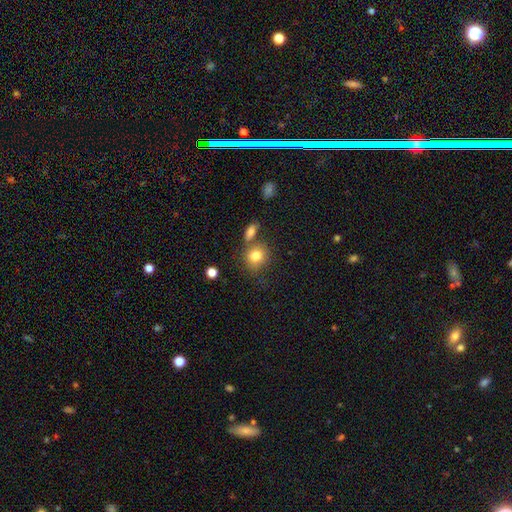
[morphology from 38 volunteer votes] Overall: smooth (87%). How rounded: round (73%). Merging: none (58%; merger 25%).